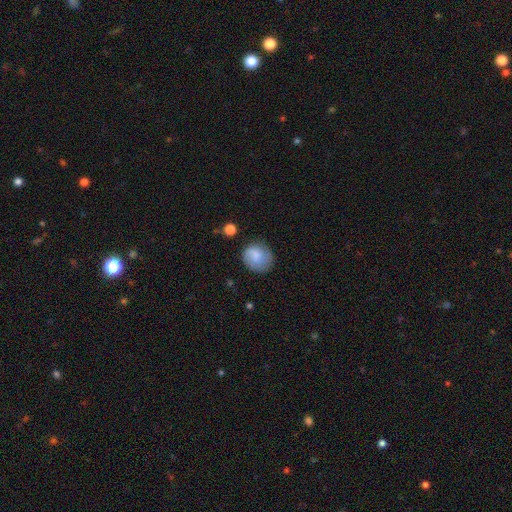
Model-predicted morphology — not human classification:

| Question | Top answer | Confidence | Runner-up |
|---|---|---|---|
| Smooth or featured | smooth | 72% | featured or disk (20%) |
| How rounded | round | 72% | in between (27%) |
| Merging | none | 67% | minor disturbance (22%) |